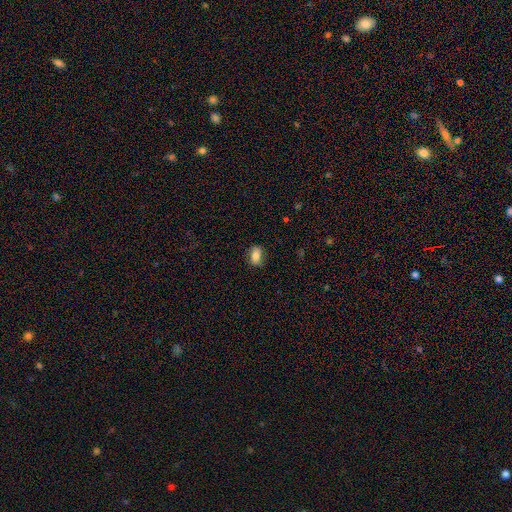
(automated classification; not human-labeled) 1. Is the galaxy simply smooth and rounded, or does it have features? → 80% smooth, 12% featured or disk, 8% star or artifact.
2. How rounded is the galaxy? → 83% in between, 14% round, 3% cigar-shaped.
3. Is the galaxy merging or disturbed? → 81% none, 15% minor disturbance, 3% major disturbance, 1% merger.